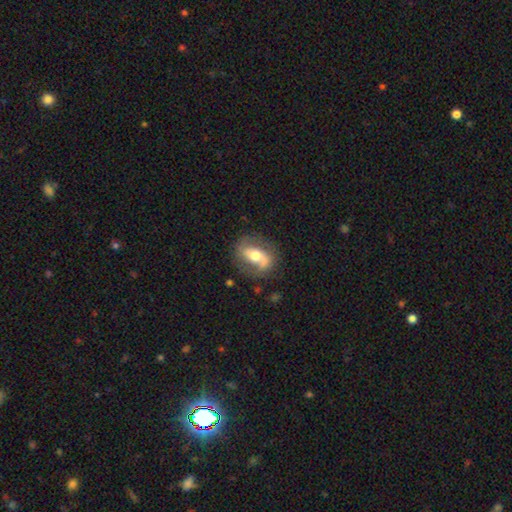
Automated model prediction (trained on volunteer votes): Smooth or featured: featured or disk — 60% (smooth — 33%)
Edge-on disk: no — 93% (yes — 7%)
Bar: no — 40% (weak — 32%)
Spiral arms: yes — 70% (no — 30%)
Bulge size: moderate — 66% (large — 20%)
Merging: none — 70% (minor disturbance — 19%)